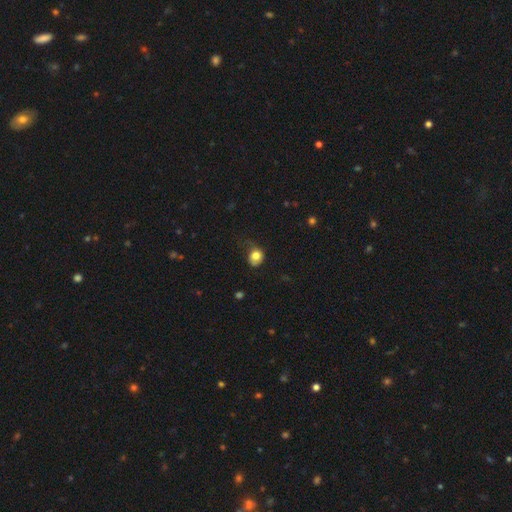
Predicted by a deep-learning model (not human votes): Smooth or featured? smooth (79%)
How rounded? round (61%)
Merging? none (42%)